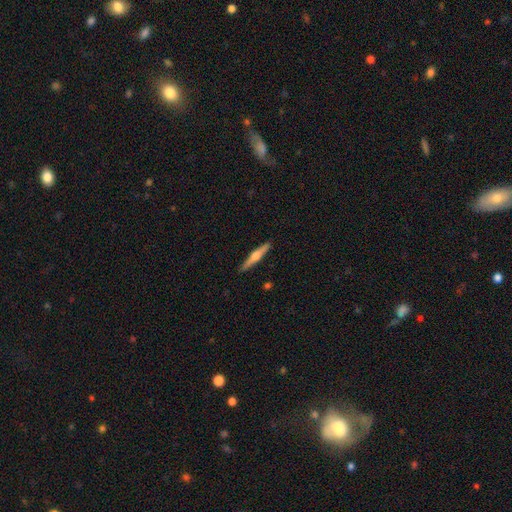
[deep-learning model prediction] Smooth or featured?
  - featured or disk: 64% *
  - smooth: 31%
  - star or artifact: 5%
Edge-on disk?
  - yes: 98% *
  - no: 2%
Edge-on bulge?
  - rounded: 90% *
  - boxy: 6%
  - none: 4%
Merging?
  - none: 91% *
  - minor disturbance: 6%
  - major disturbance: 1%
  - merger: 1%